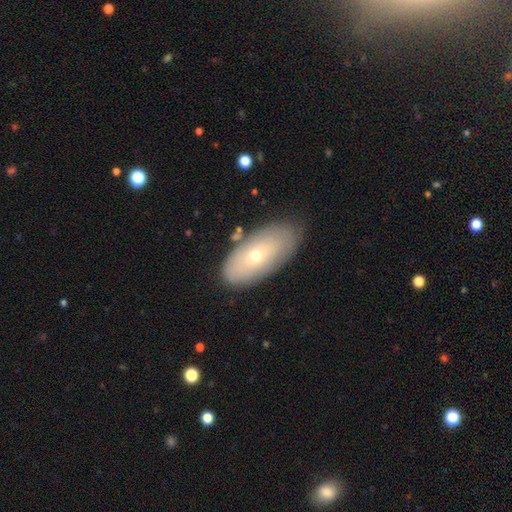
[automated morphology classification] A smooth galaxy with no disk features (58%) that is in between round and cigar-shaped (91%).

Vote fractions:
- Smooth or featured? smooth: 58% / featured or disk: 35% / star or artifact: 8%
- How rounded? in between: 91% / cigar-shaped: 5% / round: 4%
- Merging? none: 76% / minor disturbance: 16% / major disturbance: 4% / merger: 3%